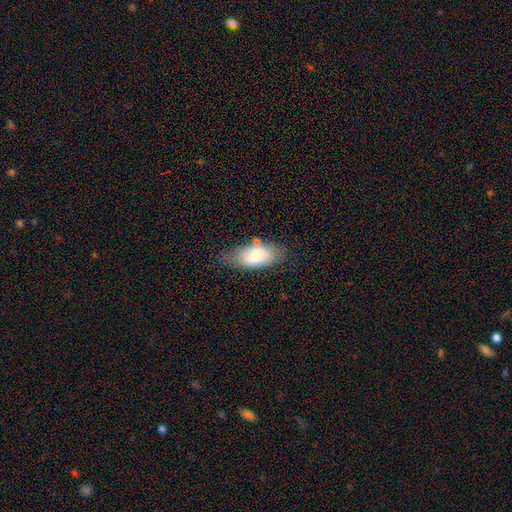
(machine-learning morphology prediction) smooth-or-featured: smooth: 76% | featured or disk: 17% | star or artifact: 7%
  how-rounded: in between: 90% | cigar-shaped: 7% | round: 3%
  merging: none: 63% | minor disturbance: 22% | merger: 8% | major disturbance: 7%